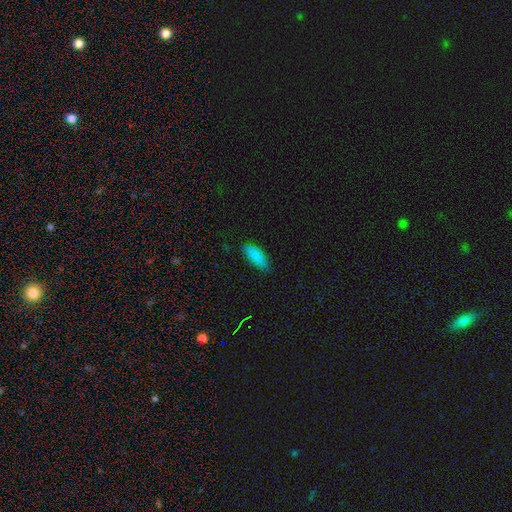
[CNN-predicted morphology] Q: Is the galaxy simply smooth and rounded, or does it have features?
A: smooth — 86%.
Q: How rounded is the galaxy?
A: in between — 81%.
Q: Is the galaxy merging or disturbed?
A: none — 80%.